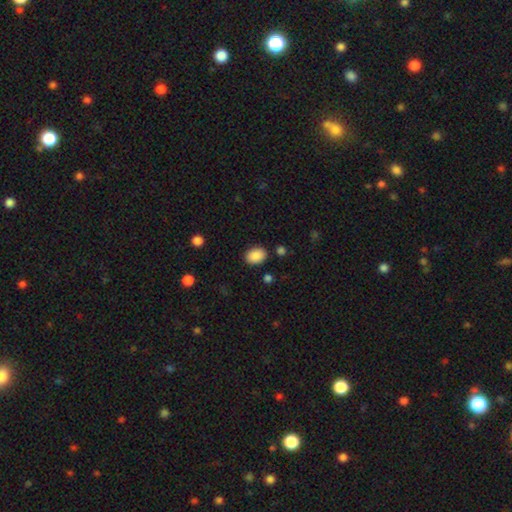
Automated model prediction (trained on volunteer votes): This appears to be a smooth galaxy with no disk features (89%) that is in between round and cigar-shaped (76%). Merging: none (86%).